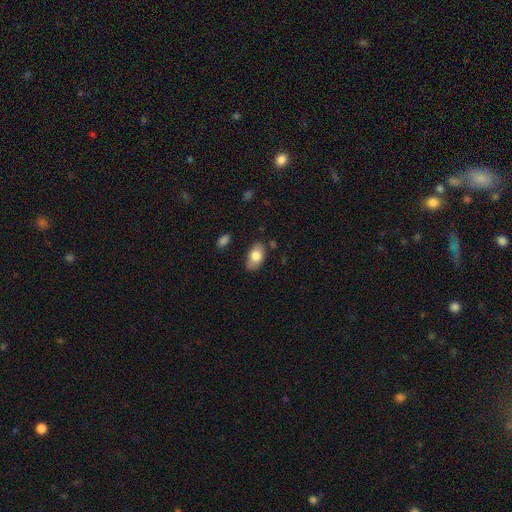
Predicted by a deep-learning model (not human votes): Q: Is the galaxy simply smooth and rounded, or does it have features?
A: smooth — 78%.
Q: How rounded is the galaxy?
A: in between — 91%.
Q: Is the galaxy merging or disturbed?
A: none — 79%.